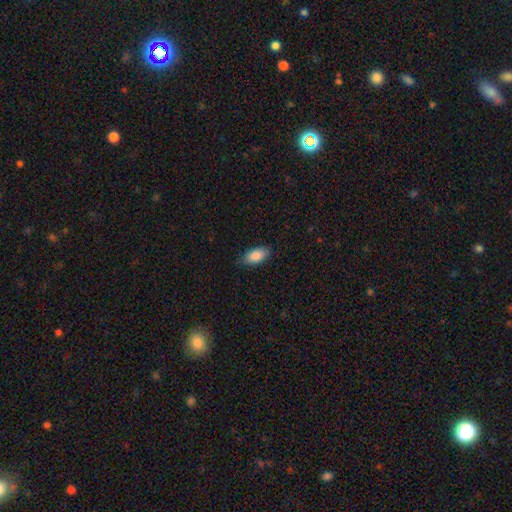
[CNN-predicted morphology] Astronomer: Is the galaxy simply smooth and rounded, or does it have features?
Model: smooth — 87%.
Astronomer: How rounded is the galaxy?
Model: in between — 91%.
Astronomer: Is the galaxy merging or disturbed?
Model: none — 84%.